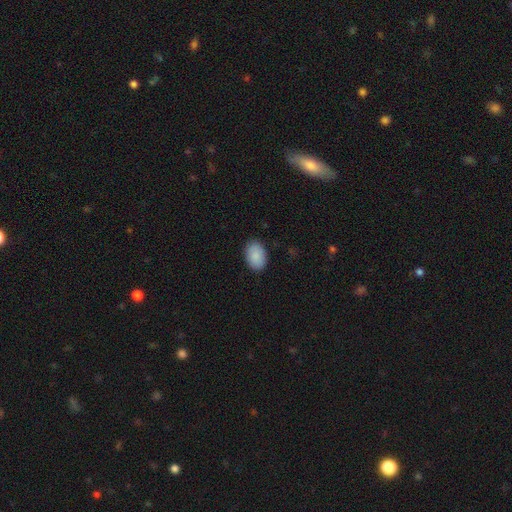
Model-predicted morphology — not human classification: Smooth or featured: smooth — 89% (star or artifact — 6%)
How rounded: in between — 86% (round — 13%)
Merging: none — 88% (minor disturbance — 9%)